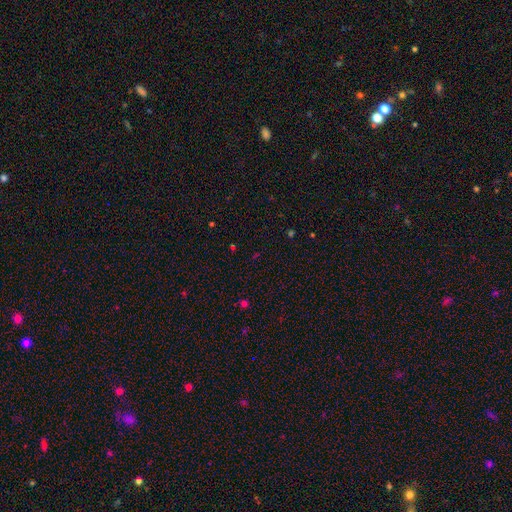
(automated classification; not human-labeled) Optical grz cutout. It shows a star or artifact, not a galaxy (62%).